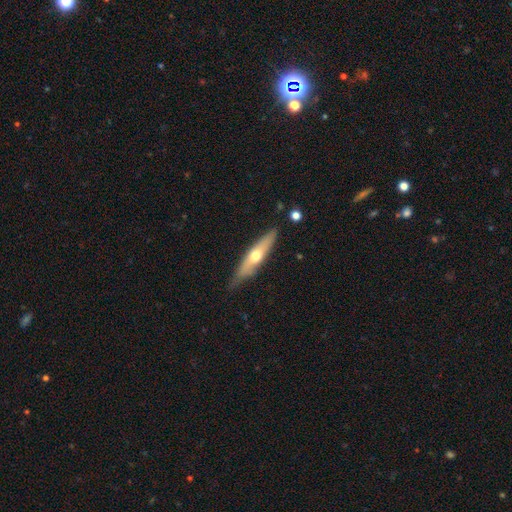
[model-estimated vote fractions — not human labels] smooth_or_featured: featured or disk (p=0.48) [alt: smooth p=0.47]
merging: none (p=0.78) [alt: minor disturbance p=0.17]